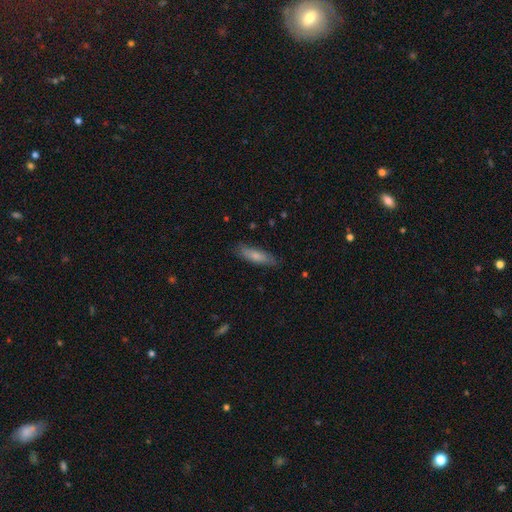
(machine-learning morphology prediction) smooth 74%, featured or disk 21%, star or artifact 6%. Down the decision tree: how rounded — cigar-shaped (67%); merging — none (83%).